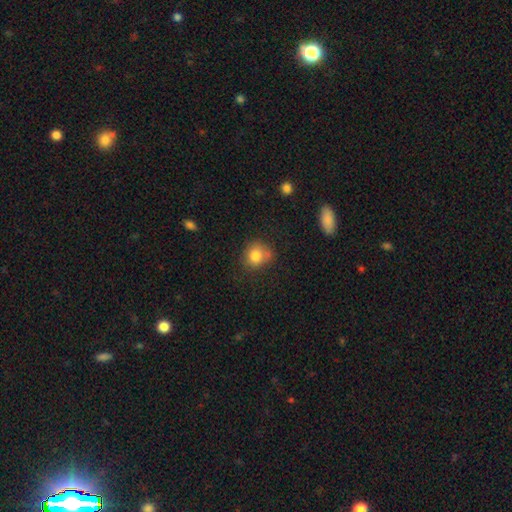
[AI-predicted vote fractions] Overall: smooth (81%). How rounded: round (78%). Merging: none (61%; minor disturbance 24%).